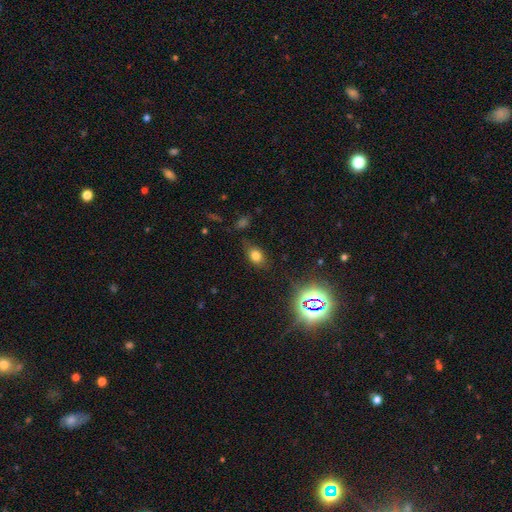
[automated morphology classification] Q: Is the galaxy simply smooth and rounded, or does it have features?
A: smooth — 71%.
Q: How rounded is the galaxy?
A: in between — 74%.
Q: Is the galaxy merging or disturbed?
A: none — 77%.